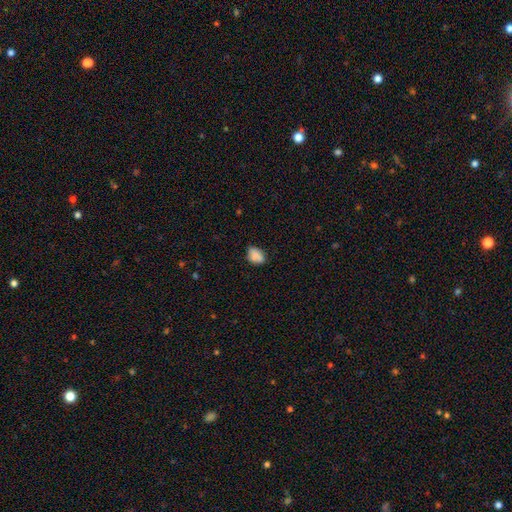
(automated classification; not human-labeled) This is clearly a smooth galaxy (83%). How rounded: likely in between (78%). Merging: likely none (69%).